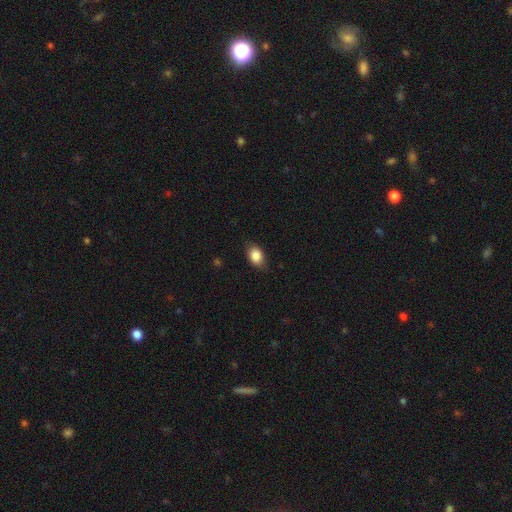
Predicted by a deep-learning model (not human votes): Smooth or featured: smooth — 85% (star or artifact — 8%)
How rounded: in between — 79% (round — 20%)
Merging: none — 79% (minor disturbance — 17%)